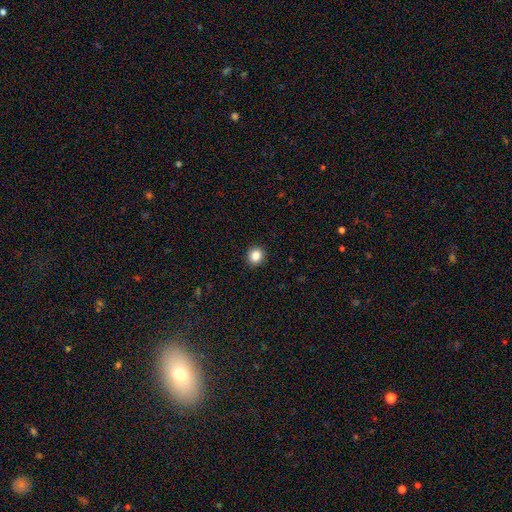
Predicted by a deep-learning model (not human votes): smooth 85%, star or artifact 11%, featured or disk 4%. Down the decision tree: how rounded — round (88%); merging — none (93%).